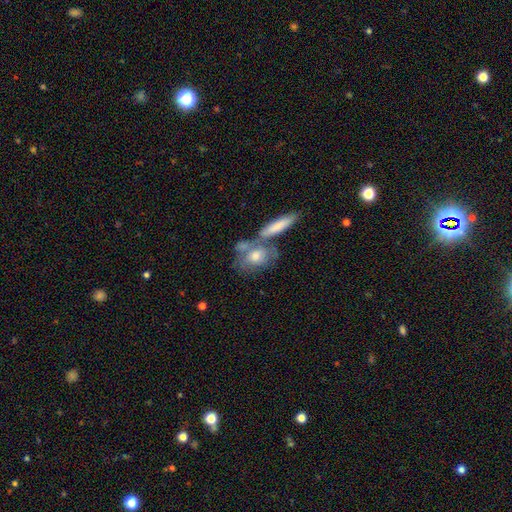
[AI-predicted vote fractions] smooth 59%, featured or disk 34%, star or artifact 7%. Down the decision tree: how rounded — in between (61%); merging — none (41%).